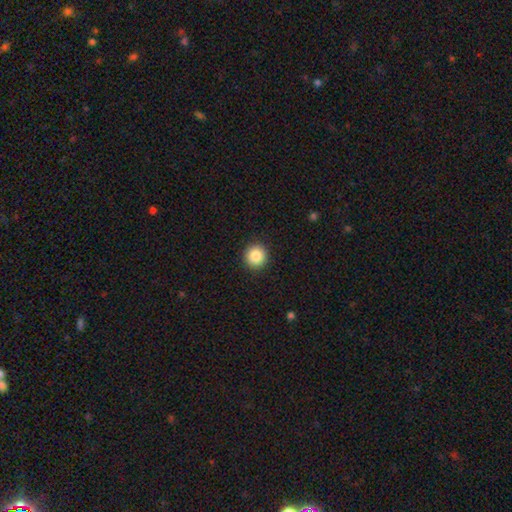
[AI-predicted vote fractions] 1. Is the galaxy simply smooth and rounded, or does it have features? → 87% smooth, 9% star or artifact, 4% featured or disk.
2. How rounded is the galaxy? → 94% round, 5% in between, 1% cigar-shaped.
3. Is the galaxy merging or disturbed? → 93% none, 5% minor disturbance, 2% major disturbance, 1% merger.